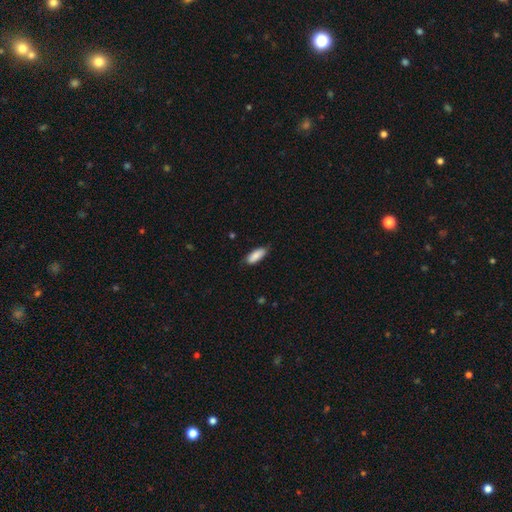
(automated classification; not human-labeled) Smooth or featured?
  - smooth: 88% *
  - star or artifact: 6%
  - featured or disk: 6%
How rounded?
  - in between: 74% *
  - cigar-shaped: 24%
  - round: 2%
Merging?
  - none: 79% *
  - minor disturbance: 17%
  - major disturbance: 3%
  - merger: 1%